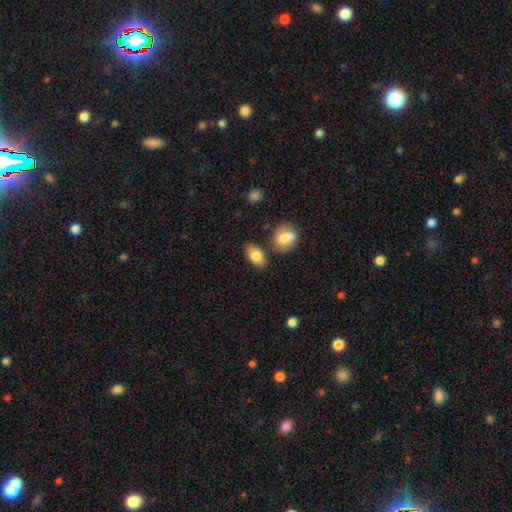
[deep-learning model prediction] A smooth galaxy with no disk features (80%) that is in between round and cigar-shaped (90%). Merging: none (77%).